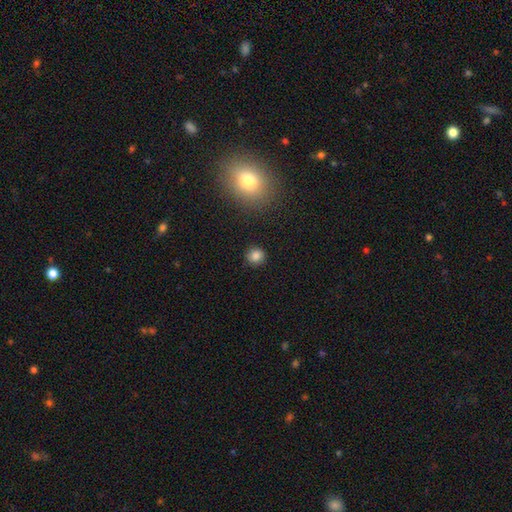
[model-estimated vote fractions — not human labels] smooth 83%, star or artifact 12%, featured or disk 5%. Down the decision tree: how rounded — round (89%); merging — none (88%).